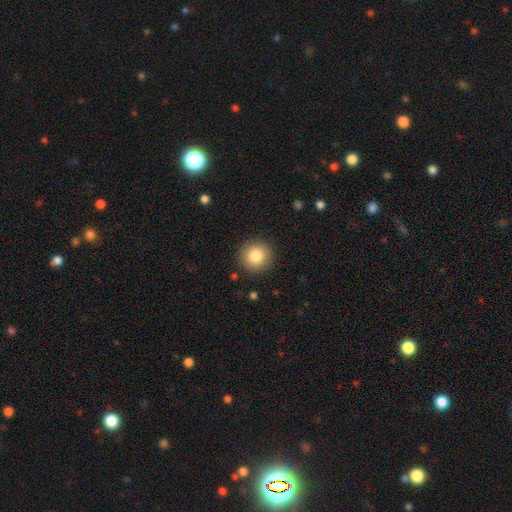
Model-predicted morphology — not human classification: smooth-or-featured: smooth: 84% | star or artifact: 9% | featured or disk: 7%
  how-rounded: round: 94% | in between: 5% | cigar-shaped: 1%
  merging: none: 91% | minor disturbance: 6% | major disturbance: 2% | merger: 1%